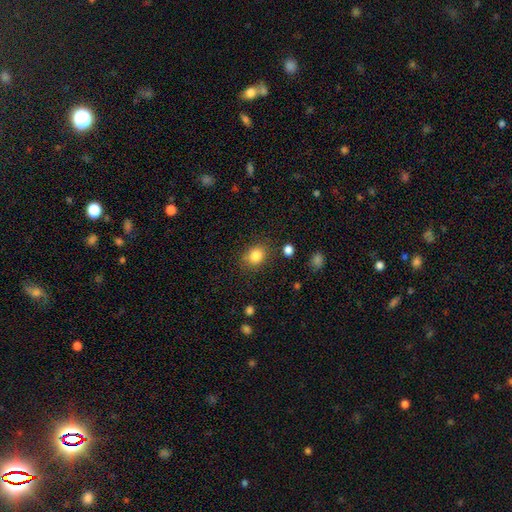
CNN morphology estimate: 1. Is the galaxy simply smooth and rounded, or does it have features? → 84% smooth, 10% star or artifact, 6% featured or disk.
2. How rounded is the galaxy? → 56% round, 43% in between, 1% cigar-shaped.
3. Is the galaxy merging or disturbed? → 80% none, 13% minor disturbance, 4% major disturbance, 3% merger.